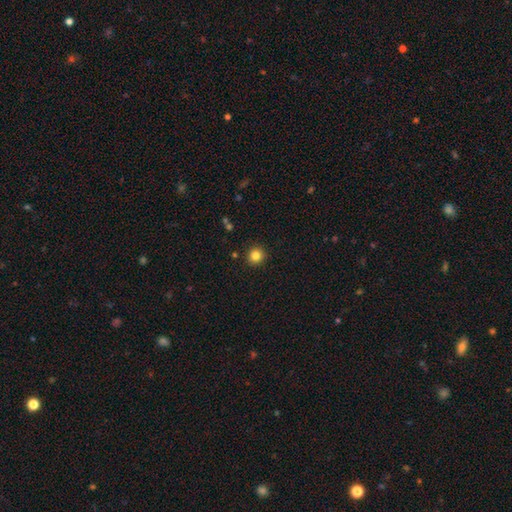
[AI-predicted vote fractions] This is clearly a smooth galaxy (83%). How rounded: clearly round (92%). Merging: clearly none (91%).